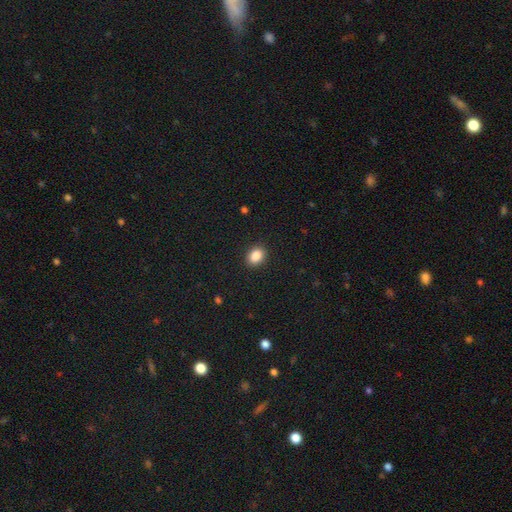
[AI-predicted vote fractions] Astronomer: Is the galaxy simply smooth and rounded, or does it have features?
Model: smooth — 88%.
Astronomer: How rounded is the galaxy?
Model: in between — 64%.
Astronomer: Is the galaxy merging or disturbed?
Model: none — 90%.